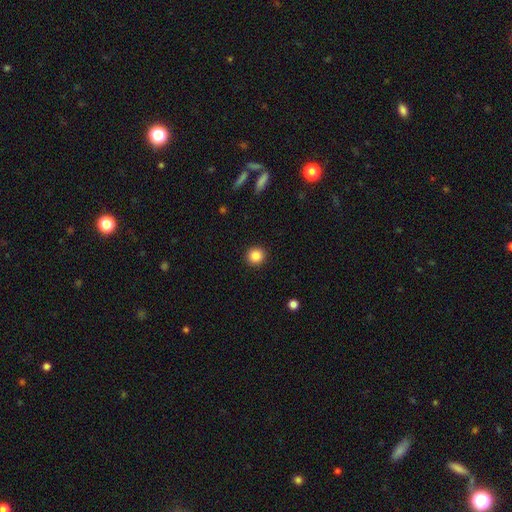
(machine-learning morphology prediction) Smooth or featured?
  - smooth: 85% *
  - star or artifact: 10%
  - featured or disk: 5%
How rounded?
  - round: 93% *
  - in between: 6%
  - cigar-shaped: 1%
Merging?
  - none: 93% *
  - minor disturbance: 5%
  - major disturbance: 2%
  - merger: 1%